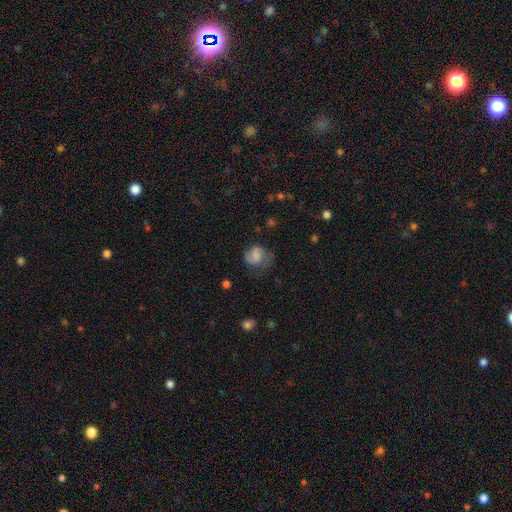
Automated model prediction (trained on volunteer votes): A smooth galaxy with no disk features (48%). Merging: none (50%).